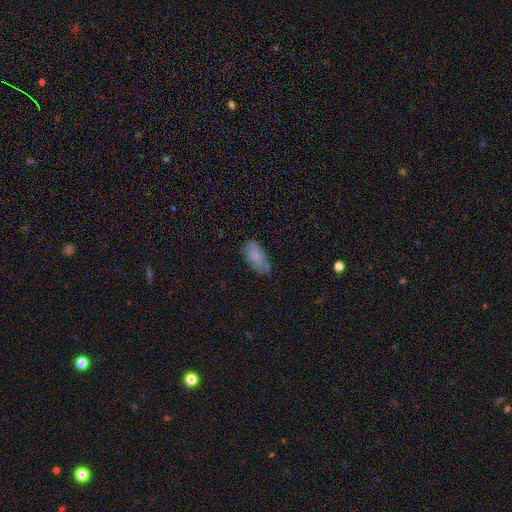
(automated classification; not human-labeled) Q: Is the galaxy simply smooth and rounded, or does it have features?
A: smooth — 74%.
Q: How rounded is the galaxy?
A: in between — 92%.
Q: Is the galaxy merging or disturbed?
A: none — 63%.